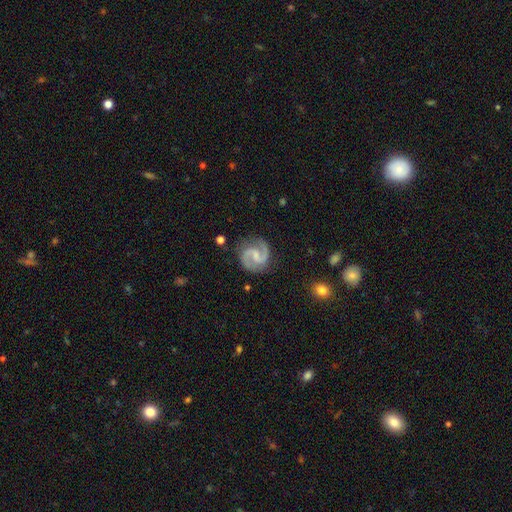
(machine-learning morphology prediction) Overall: featured or disk (91%). Edge-on disk: no (98%). Bar: weak (52%; no 29%). Spiral arms: yes (98%). Spiral arm count: 2 (94%). Spiral winding: medium (63%). Bulge size: small (40%; none 38%). Merging: none (84%).